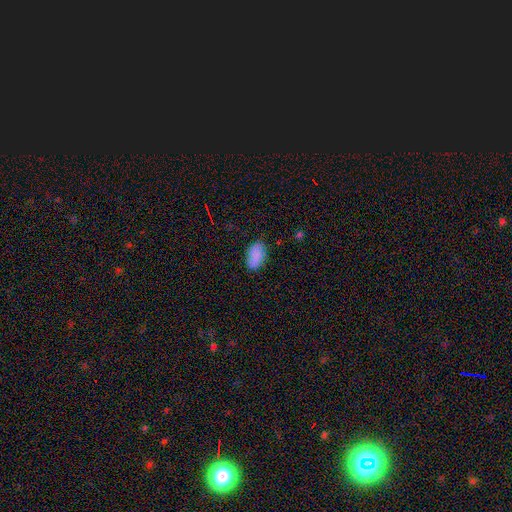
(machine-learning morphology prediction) smooth 85%, star or artifact 8%, featured or disk 6%. Down the decision tree: how rounded — in between (92%); merging — none (76%).